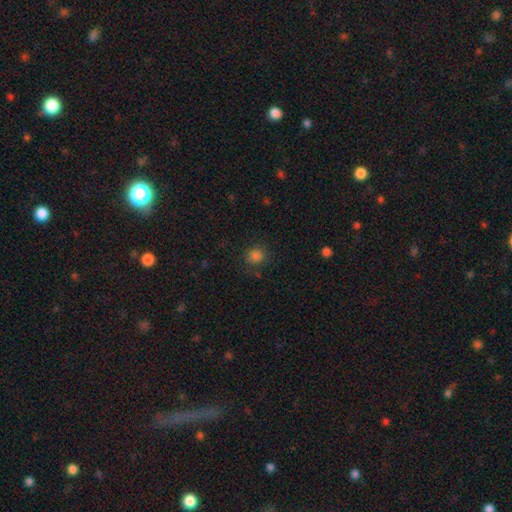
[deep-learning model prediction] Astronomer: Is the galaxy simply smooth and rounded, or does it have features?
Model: smooth — 82%.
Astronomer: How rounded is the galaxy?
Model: round — 84%.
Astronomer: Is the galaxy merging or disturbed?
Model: none — 83%.